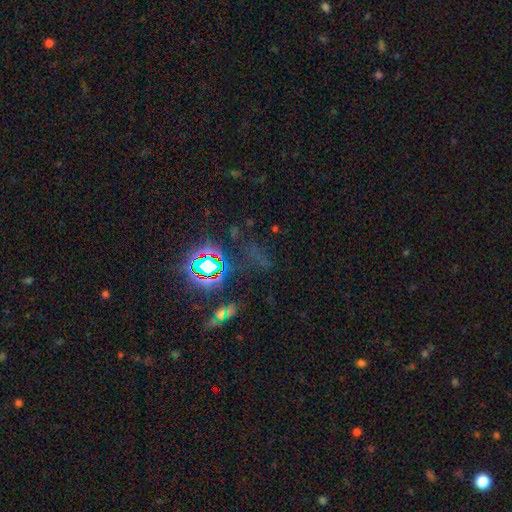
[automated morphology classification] Smooth or featured? star or artifact (72%)